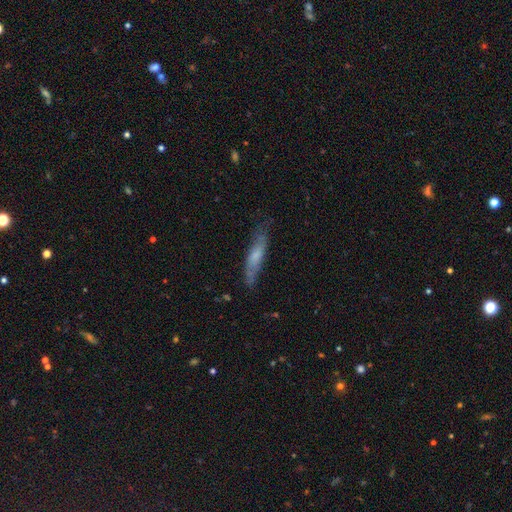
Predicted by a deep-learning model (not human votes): smooth_or_featured: smooth (p=0.57) [alt: featured or disk p=0.37]
how_rounded: cigar-shaped (p=0.80) [alt: in between p=0.19]
merging: none (p=0.63) [alt: minor disturbance p=0.25]